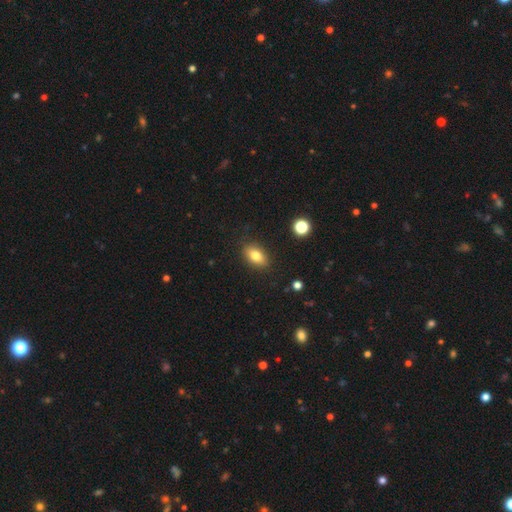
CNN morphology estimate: Q: Smooth or featured?
A: smooth (79%); runner-up: featured or disk (12%)
Q: How rounded?
A: in between (86%); runner-up: round (9%)
Q: Merging?
A: none (86%); runner-up: minor disturbance (10%)